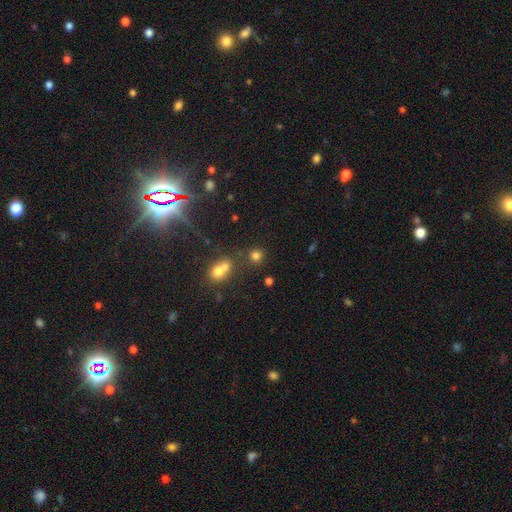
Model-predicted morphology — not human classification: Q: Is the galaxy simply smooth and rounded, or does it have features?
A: smooth — 74%.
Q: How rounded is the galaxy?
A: round — 87%.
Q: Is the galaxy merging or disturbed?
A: none — 67%.